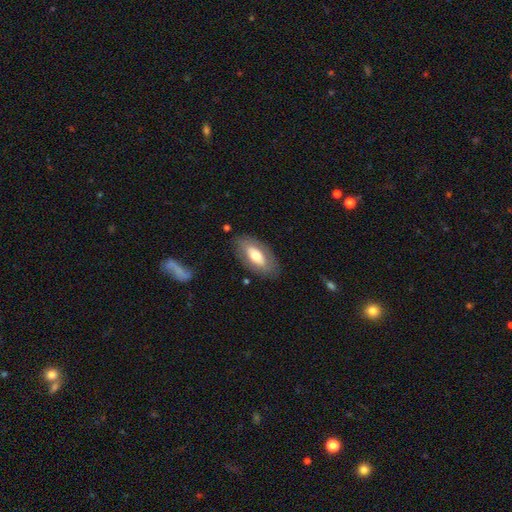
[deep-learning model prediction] Q: Smooth or featured?
A: smooth (57%); runner-up: featured or disk (37%)
Q: How rounded?
A: in between (90%); runner-up: cigar-shaped (6%)
Q: Merging?
A: none (81%); runner-up: minor disturbance (13%)